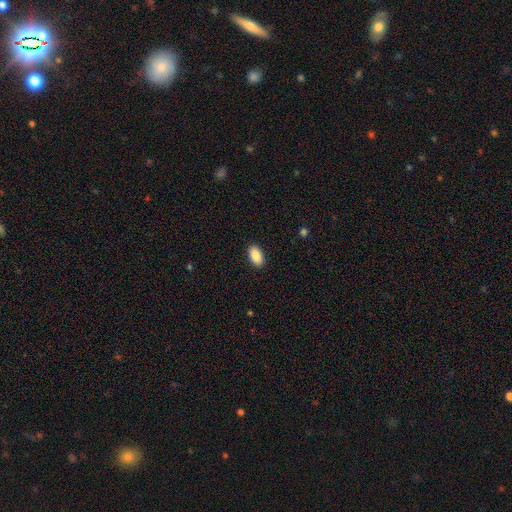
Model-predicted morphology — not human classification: Q: Smooth or featured?
A: smooth (90%); runner-up: star or artifact (7%)
Q: How rounded?
A: in between (95%); runner-up: round (3%)
Q: Merging?
A: none (90%); runner-up: minor disturbance (7%)